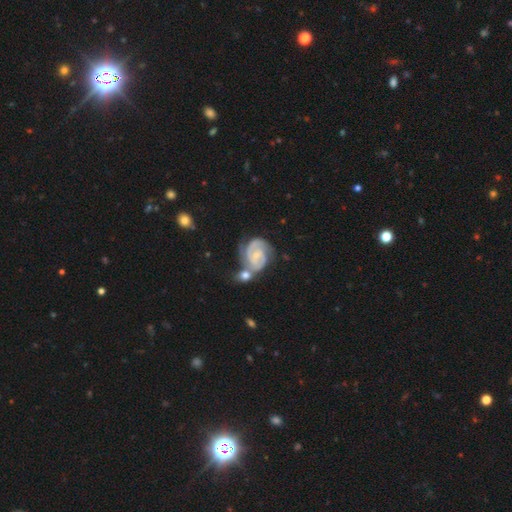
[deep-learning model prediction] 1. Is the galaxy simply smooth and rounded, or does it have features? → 87% featured or disk, 8% smooth, 5% star or artifact.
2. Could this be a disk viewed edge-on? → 98% no, 2% yes.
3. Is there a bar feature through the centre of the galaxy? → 49% no, 40% weak, 11% strong.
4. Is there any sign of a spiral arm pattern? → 97% yes, 3% no.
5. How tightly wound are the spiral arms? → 62% tight, 32% medium, 6% loose.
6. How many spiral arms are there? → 69% 2, 14% 3, 9% can't tell, 3% 1, 2% 4, 2% more than 4.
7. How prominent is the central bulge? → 65% small, 25% moderate, 8% none, 2% large, 1% dominant.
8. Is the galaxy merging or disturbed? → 41% none, 33% merger, 17% minor disturbance, 9% major disturbance.